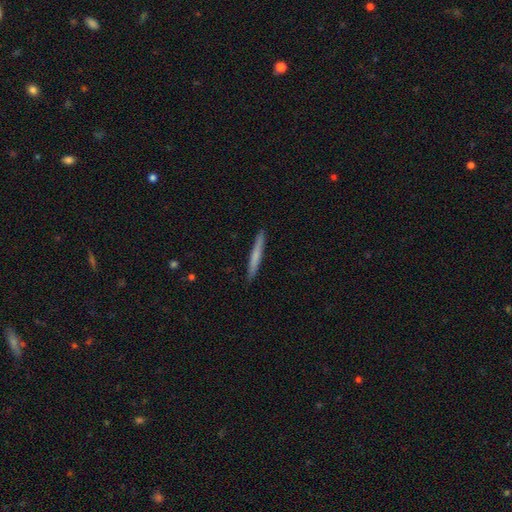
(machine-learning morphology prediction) smooth-or-featured: smooth: 64% | featured or disk: 30% | star or artifact: 5%
  how-rounded: cigar-shaped: 97% | in between: 2% | round: 1%
  merging: none: 92% | minor disturbance: 6% | major disturbance: 1% | merger: 1%